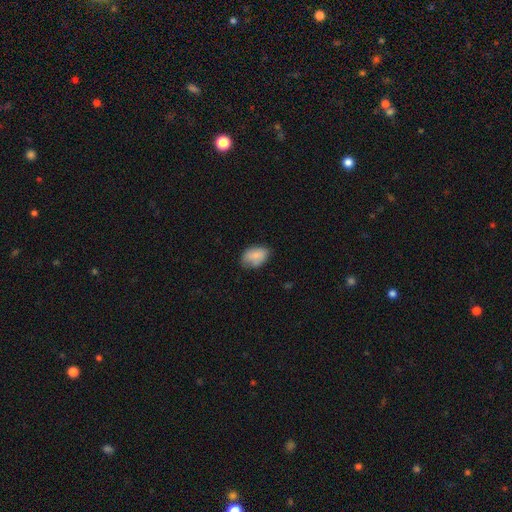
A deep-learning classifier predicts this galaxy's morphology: This is clearly a smooth galaxy (82%). How rounded: clearly in between (85%). Merging: likely none (64%).